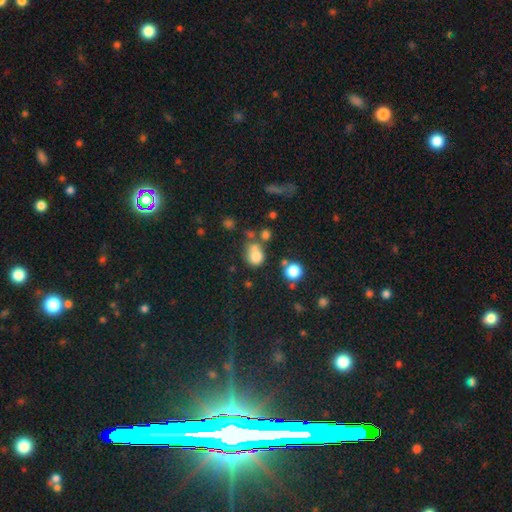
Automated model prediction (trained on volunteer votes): Smooth or featured? Predicted: smooth (p=0.74). How rounded? Predicted: round (p=0.64). Merging? Predicted: none (p=0.43).